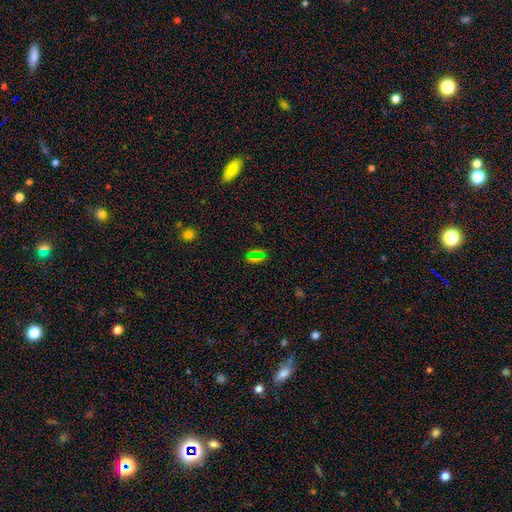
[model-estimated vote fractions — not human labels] The model was most divided on "smooth or featured": smooth: 52%, star or artifact: 40%, featured or disk: 8%. More confident: merging — none (79%); how rounded — in between (62%).